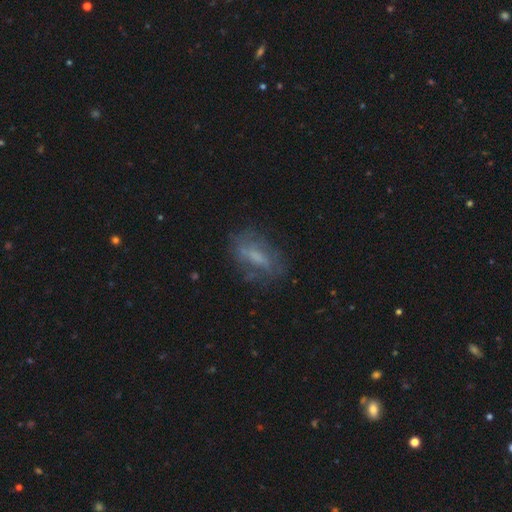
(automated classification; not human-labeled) Smooth or featured: featured or disk — 46% (smooth — 42%)
Merging: none — 65% (minor disturbance — 21%)